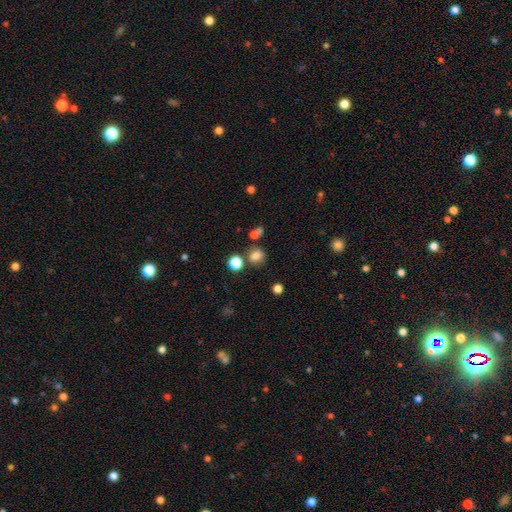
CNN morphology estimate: Overall: smooth (76%). How rounded: round (66%; in between 33%). Merging: none (69%).